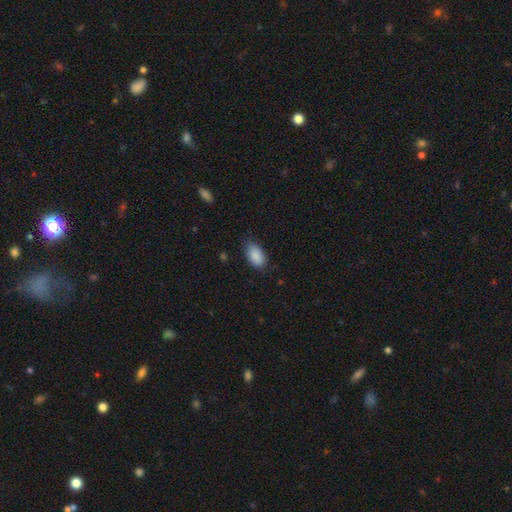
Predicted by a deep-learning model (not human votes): Smooth or featured? smooth (89%)
How rounded? in between (94%)
Merging? none (73%)